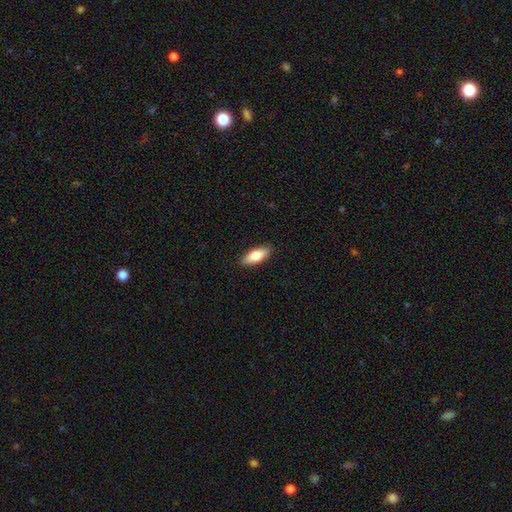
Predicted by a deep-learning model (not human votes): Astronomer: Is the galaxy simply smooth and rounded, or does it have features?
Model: smooth — 79%.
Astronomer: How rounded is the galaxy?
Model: in between — 73%.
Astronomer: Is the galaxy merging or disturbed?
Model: none — 90%.